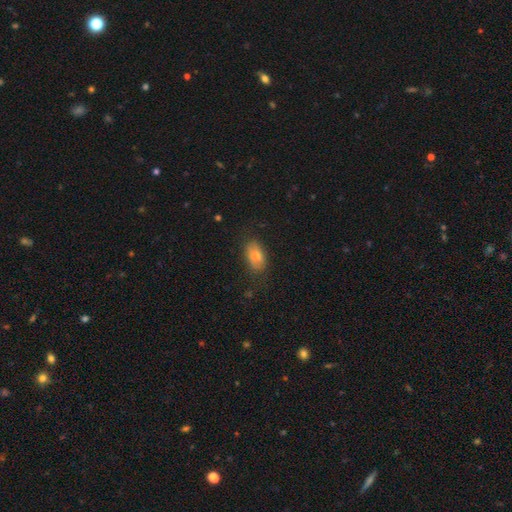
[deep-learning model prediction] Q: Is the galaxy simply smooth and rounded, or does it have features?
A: smooth — 77%.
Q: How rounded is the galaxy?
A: in between — 90%.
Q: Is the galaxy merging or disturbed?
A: none — 71%.